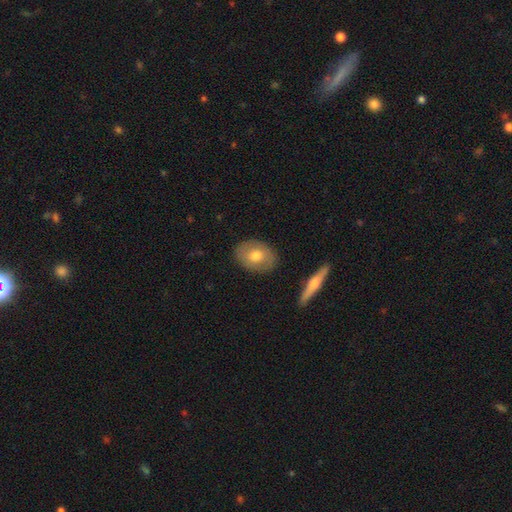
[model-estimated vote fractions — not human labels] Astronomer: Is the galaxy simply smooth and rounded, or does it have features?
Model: smooth — 65%.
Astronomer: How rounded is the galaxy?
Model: in between — 72%.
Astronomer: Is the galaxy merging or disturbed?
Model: none — 86%.